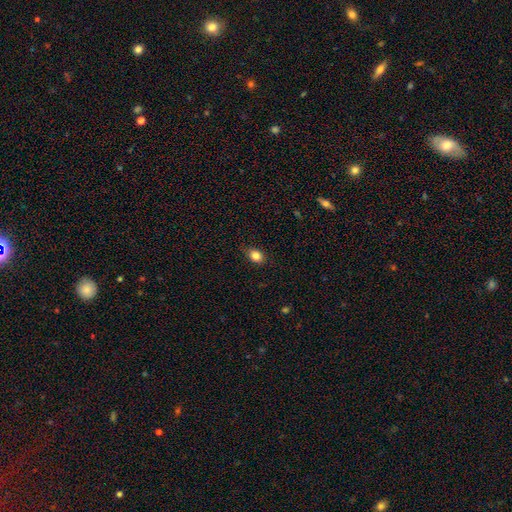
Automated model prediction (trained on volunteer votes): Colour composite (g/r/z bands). It shows a smooth galaxy with no disk features (85%) that is in between round and cigar-shaped (66%). Merging: none (84%).